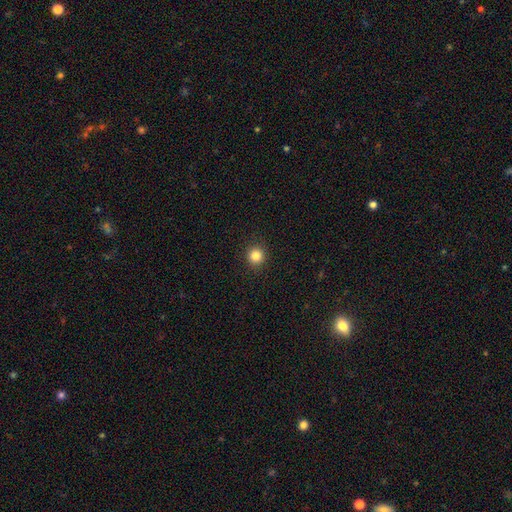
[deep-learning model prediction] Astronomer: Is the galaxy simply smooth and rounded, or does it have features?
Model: smooth — 84%.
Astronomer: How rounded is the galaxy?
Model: round — 93%.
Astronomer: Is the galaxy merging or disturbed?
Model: none — 92%.